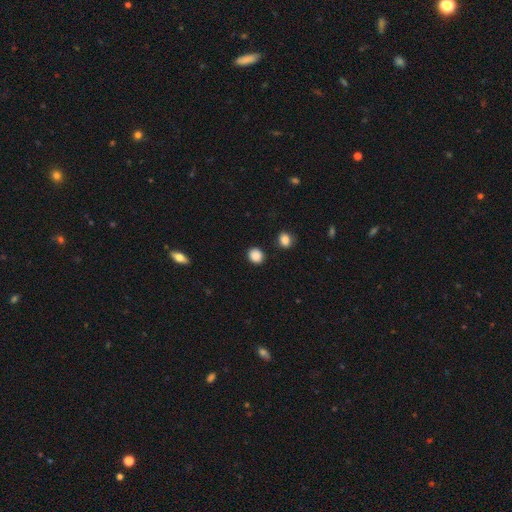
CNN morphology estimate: A smooth galaxy with no disk features (88%) that is round (76%).

Vote fractions:
- Smooth or featured? smooth: 88% / star or artifact: 9% / featured or disk: 3%
- How rounded? round: 76% / in between: 23% / cigar-shaped: 1%
- Merging? none: 88% / minor disturbance: 7% / merger: 2% / major disturbance: 2%